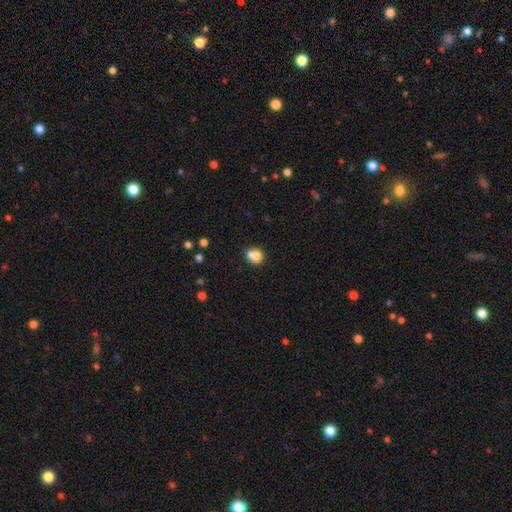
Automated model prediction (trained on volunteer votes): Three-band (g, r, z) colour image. It shows a smooth galaxy with no disk features (77%) that is round (56%). Merging: none (43%).